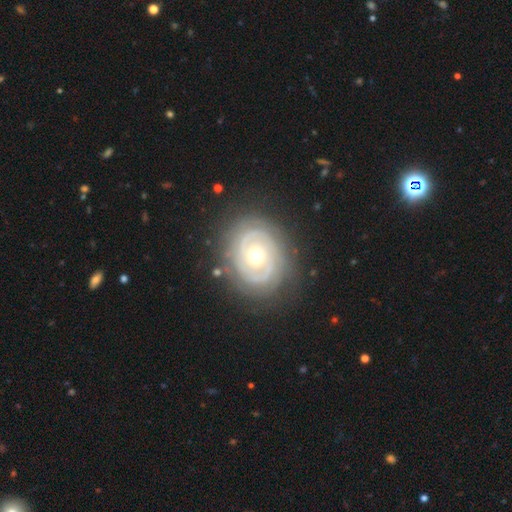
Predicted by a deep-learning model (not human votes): smooth_or_featured: featured or disk (p=0.85) [alt: smooth p=0.10]
disk_edge_on: no (p=0.97) [alt: yes p=0.03]
bar: no (p=0.78) [alt: weak p=0.16]
has_spiral_arms: yes (p=0.89) [alt: no p=0.11]
spiral_winding: tight (p=0.79) [alt: medium p=0.16]
spiral_arm_count: 2 (p=0.47) [alt: can't tell p=0.23]
bulge_size: moderate (p=0.57) [alt: small p=0.38]
merging: none (p=0.80) [alt: minor disturbance p=0.13]